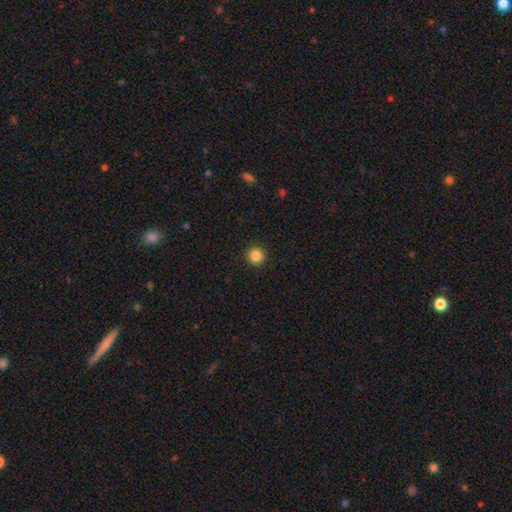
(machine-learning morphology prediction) smooth 86%, star or artifact 11%, featured or disk 4%. Down the decision tree: how rounded — round (95%); merging — none (93%).